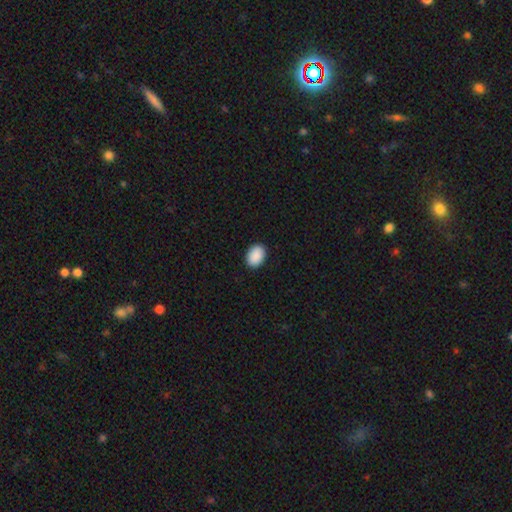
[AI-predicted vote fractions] A smooth galaxy with no disk features (91%) that is in between round and cigar-shaped (78%).

Vote fractions:
- Smooth or featured? smooth: 91% / star or artifact: 7% / featured or disk: 2%
- How rounded? in between: 78% / round: 21% / cigar-shaped: 1%
- Merging? none: 91% / minor disturbance: 7% / major disturbance: 2% / merger: 1%